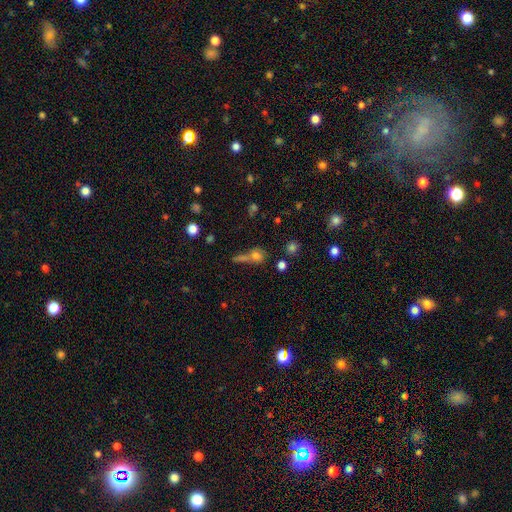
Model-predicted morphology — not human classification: A smooth galaxy with no disk features (69%) that is round (61%). Merging: none (45%).